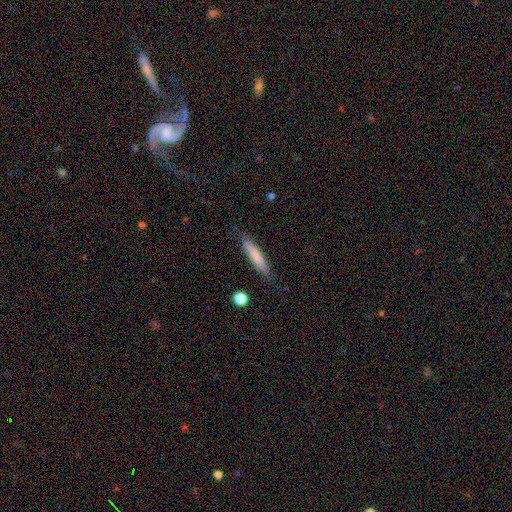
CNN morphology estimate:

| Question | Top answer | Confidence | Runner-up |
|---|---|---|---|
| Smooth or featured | smooth | 72% | featured or disk (22%) |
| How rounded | cigar-shaped | 89% | in between (10%) |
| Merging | none | 80% | minor disturbance (15%) |